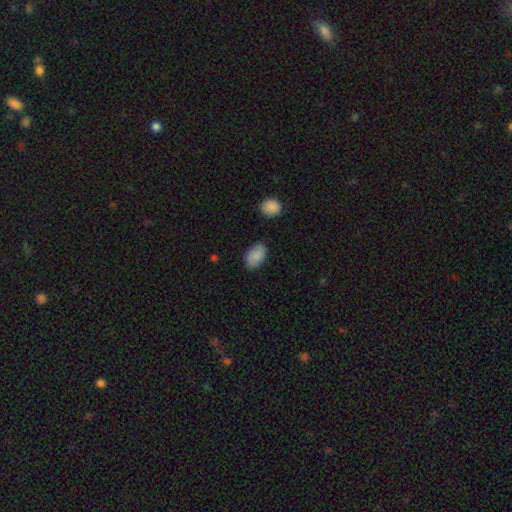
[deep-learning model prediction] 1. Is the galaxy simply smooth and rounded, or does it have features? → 86% smooth, 7% star or artifact, 7% featured or disk.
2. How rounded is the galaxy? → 91% in between, 7% round, 1% cigar-shaped.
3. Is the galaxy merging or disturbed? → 83% none, 12% minor disturbance, 3% major disturbance, 2% merger.